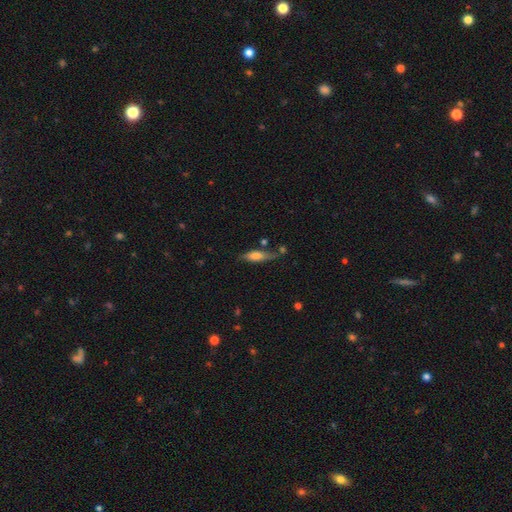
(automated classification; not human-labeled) This appears to be a smooth galaxy with no disk features (59%) that is cigar-shaped (56%). Merging: none (62%).